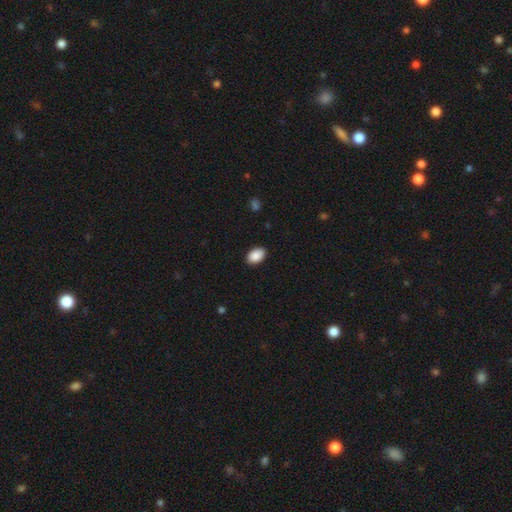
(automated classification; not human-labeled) Smooth or featured? smooth (90%)
How rounded? in between (90%)
Merging? none (89%)